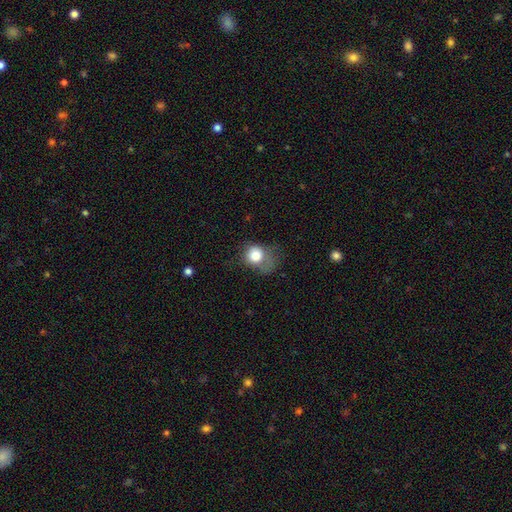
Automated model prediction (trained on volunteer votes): Smooth or featured? smooth (77%)
How rounded? round (70%)
Merging? major disturbance (38%)